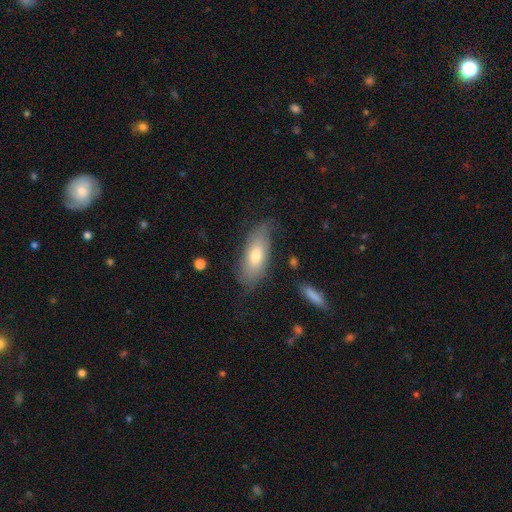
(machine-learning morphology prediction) Overall: smooth (65%; featured or disk 29%). How rounded: in between (82%). Merging: none (66%).